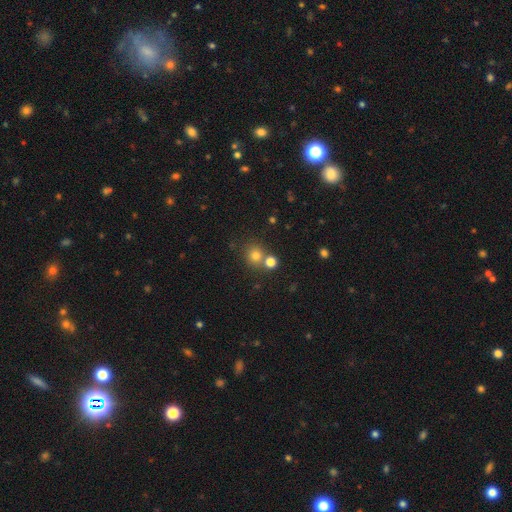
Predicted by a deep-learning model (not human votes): Smooth or featured?
  - smooth: 76% *
  - star or artifact: 16%
  - featured or disk: 8%
How rounded?
  - round: 87% *
  - in between: 12%
  - cigar-shaped: 1%
Merging?
  - none: 64% *
  - merger: 25%
  - minor disturbance: 8%
  - major disturbance: 3%